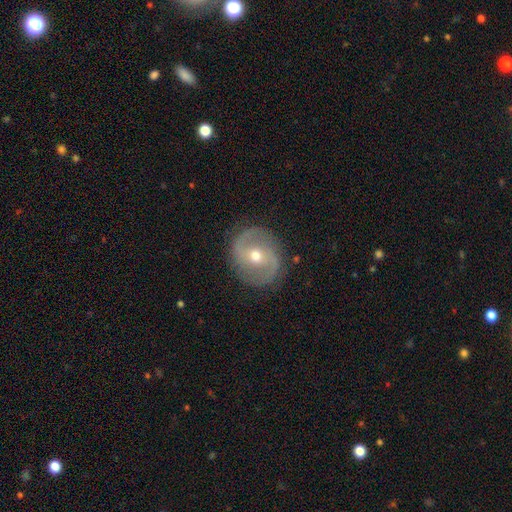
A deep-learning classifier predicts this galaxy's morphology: This is likely a featured or disk galaxy (79%). It is clearly not viewed edge-on (97%). Bar: marginally weak (43%). Spiral arm pattern: clearly yes (88%). Spiral arm count: clearly 2 (90%). Spiral winding: possibly medium (48%). Central bulge: likely moderate (73%). Merging: clearly none (85%).